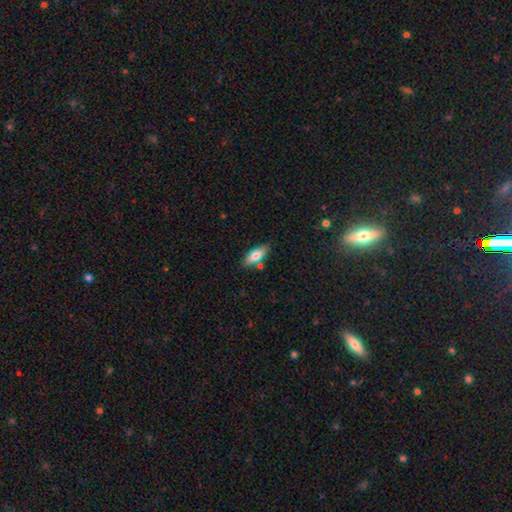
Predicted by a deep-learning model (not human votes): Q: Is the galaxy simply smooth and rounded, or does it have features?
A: smooth — 71%.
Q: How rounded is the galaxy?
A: in between — 68%.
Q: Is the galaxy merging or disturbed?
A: none — 77%.